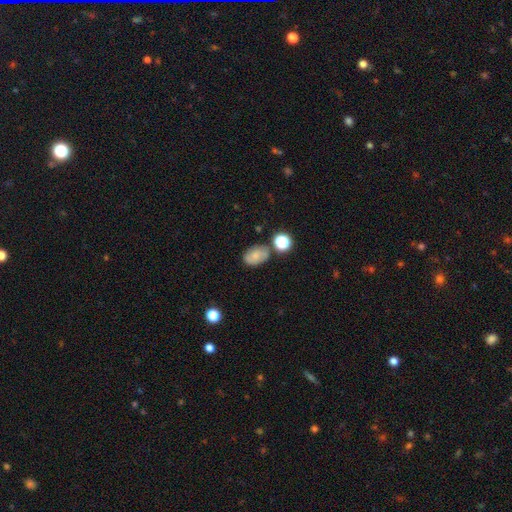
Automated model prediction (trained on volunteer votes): Smooth or featured? smooth (62%)
How rounded? in between (78%)
Merging? none (69%)